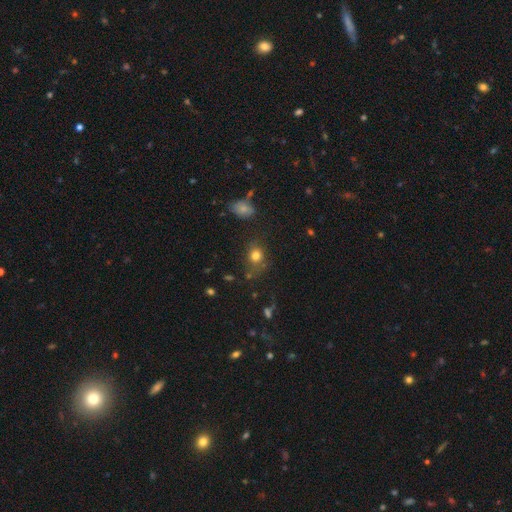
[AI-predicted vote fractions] smooth_or_featured: smooth (p=0.78) [alt: star or artifact p=0.14]
how_rounded: round (p=0.67) [alt: in between p=0.32]
merging: none (p=0.69) [alt: minor disturbance p=0.18]